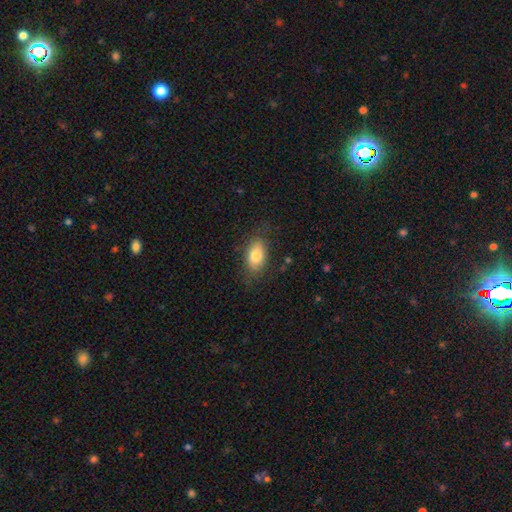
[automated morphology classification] The model was most divided on "merging": none: 78%, minor disturbance: 16%, major disturbance: 5%, merger: 1%. More confident: how rounded — in between (89%); smooth or featured — smooth (79%).